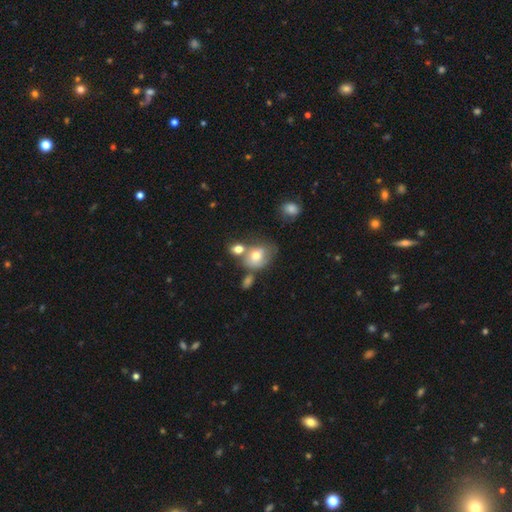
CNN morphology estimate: This is likely a smooth galaxy (64%). How rounded: possibly in between (56%). Merging: marginally merger (37%).